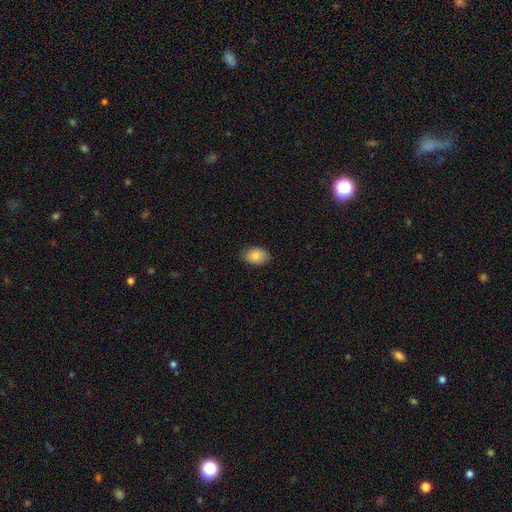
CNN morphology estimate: Smooth or featured? smooth (87%)
How rounded? in between (87%)
Merging? none (84%)